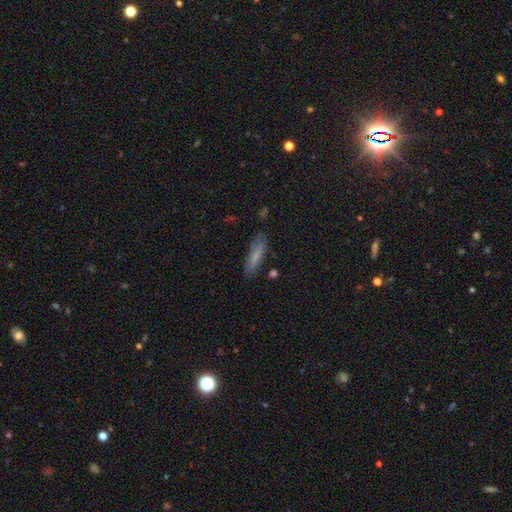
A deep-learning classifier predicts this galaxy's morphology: Smooth or featured? smooth (68%)
How rounded? cigar-shaped (68%)
Merging? none (80%)